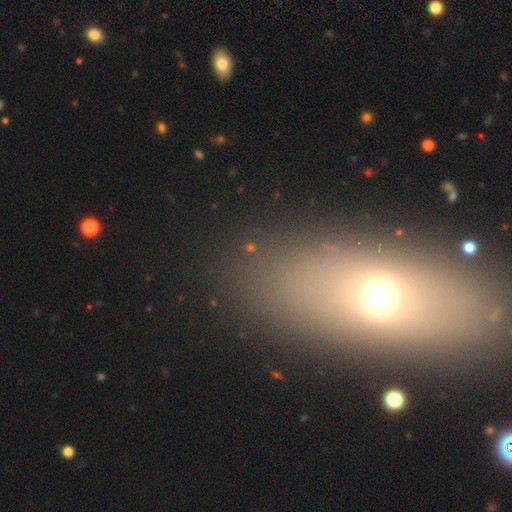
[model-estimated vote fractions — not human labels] Q: Smooth or featured?
A: star or artifact (44%); runner-up: smooth (37%)